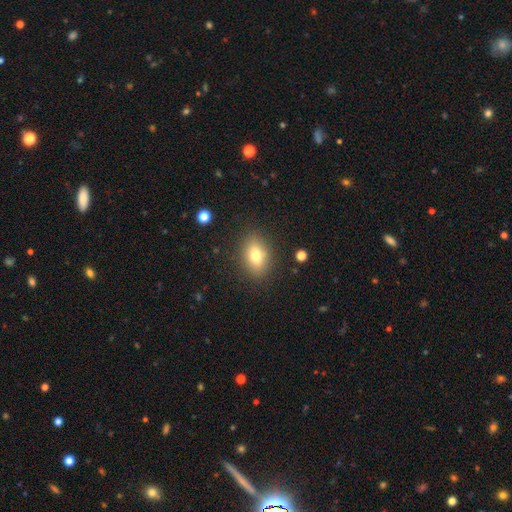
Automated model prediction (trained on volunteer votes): Smooth or featured?
  - smooth: 71% *
  - featured or disk: 19%
  - star or artifact: 10%
How rounded?
  - in between: 81% *
  - round: 13%
  - cigar-shaped: 6%
Merging?
  - none: 85% *
  - minor disturbance: 10%
  - major disturbance: 3%
  - merger: 1%